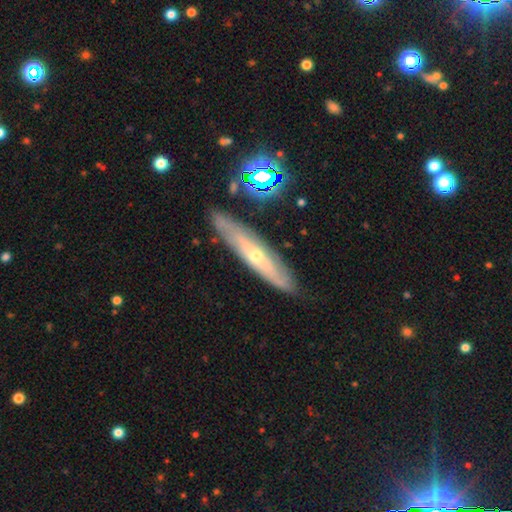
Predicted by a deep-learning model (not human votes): A featured or disk galaxy (65%) viewed edge-on (60%). Merging: none (82%).